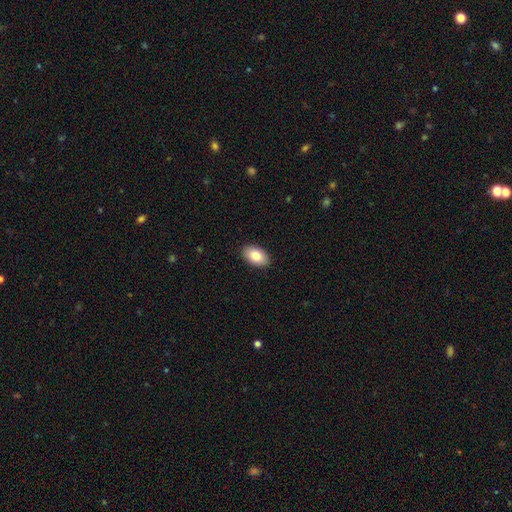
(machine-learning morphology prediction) A smooth galaxy with no disk features (83%) that is in between round and cigar-shaped (92%).

Vote fractions:
- Smooth or featured? smooth: 83% / featured or disk: 10% / star or artifact: 7%
- How rounded? in between: 92% / round: 6% / cigar-shaped: 1%
- Merging? none: 90% / minor disturbance: 7% / major disturbance: 2% / merger: 1%